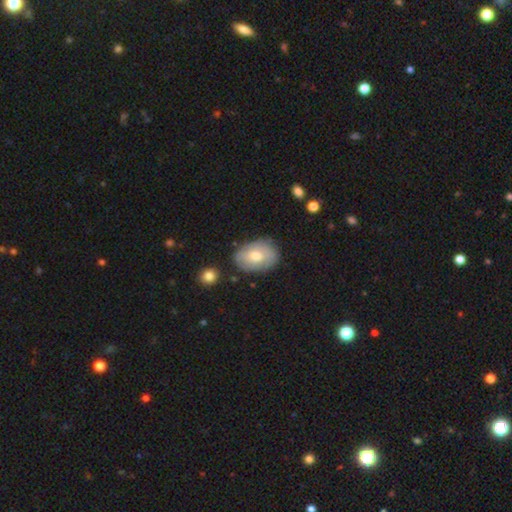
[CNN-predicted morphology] Overall: smooth (54%; featured or disk 39%). How rounded: in between (81%). Merging: none (75%).